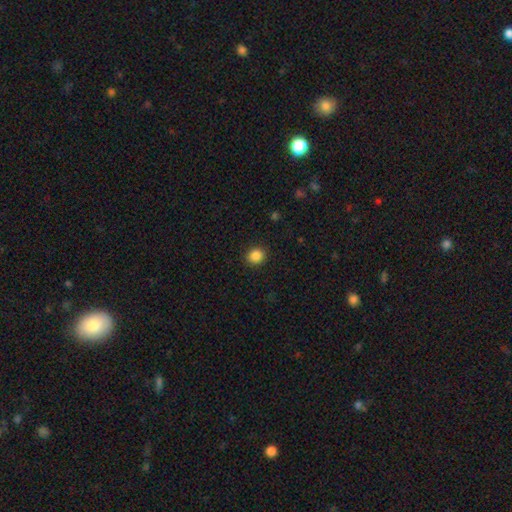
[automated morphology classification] smooth-or-featured: smooth: 87% | star or artifact: 10% | featured or disk: 3%
  how-rounded: round: 85% | in between: 14% | cigar-shaped: 1%
  merging: none: 91% | minor disturbance: 6% | major disturbance: 2% | merger: 1%